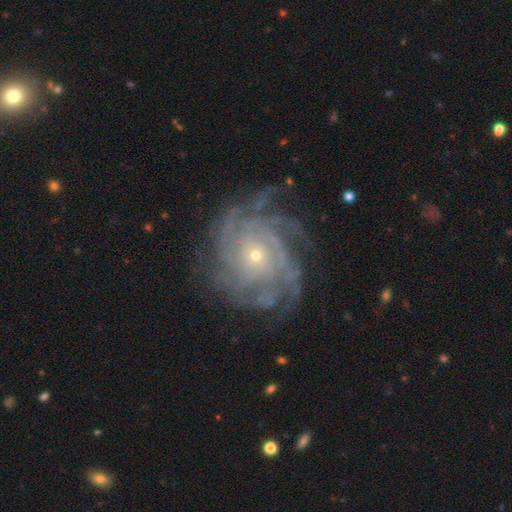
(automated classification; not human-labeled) featured or disk 89%, star or artifact 6%, smooth 5%. Down the decision tree: edge-on disk — no (97%); bar — no (80%); spiral arms — yes (97%); spiral arm count — more than 4 (28%); spiral winding — tight (71%); bulge size — small (79%); merging — none (73%).